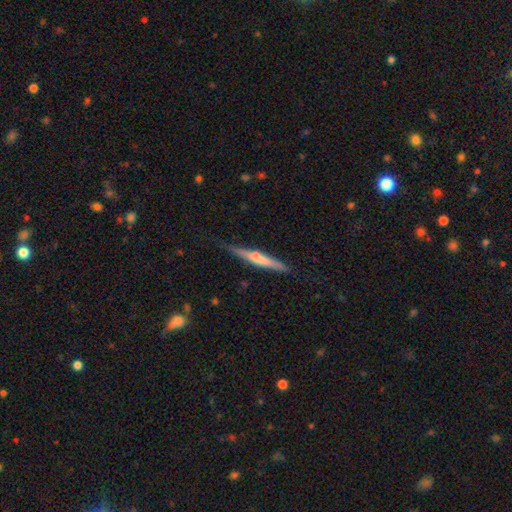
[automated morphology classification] Overall: featured or disk (53%; smooth 41%). Edge-on disk: yes (96%). Edge-on bulge: rounded (58%; none 33%). Merging: none (79%).